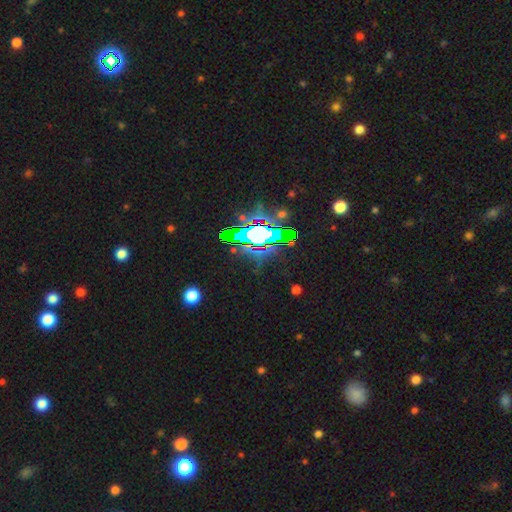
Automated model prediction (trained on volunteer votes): Smooth or featured? star or artifact (71%)